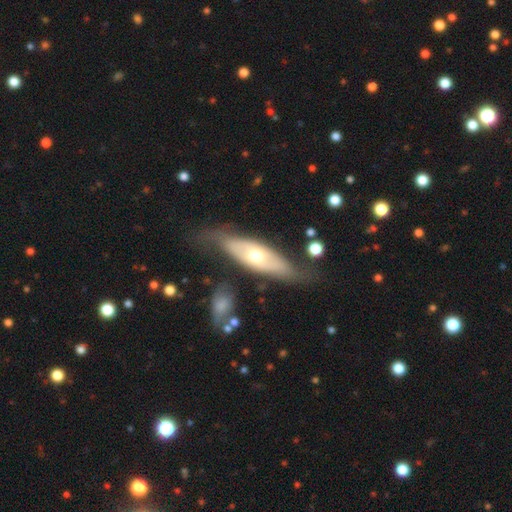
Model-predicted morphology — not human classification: This is possibly a featured or disk galaxy (59%). It is likely not viewed edge-on (61%). Merging: likely none (66%).